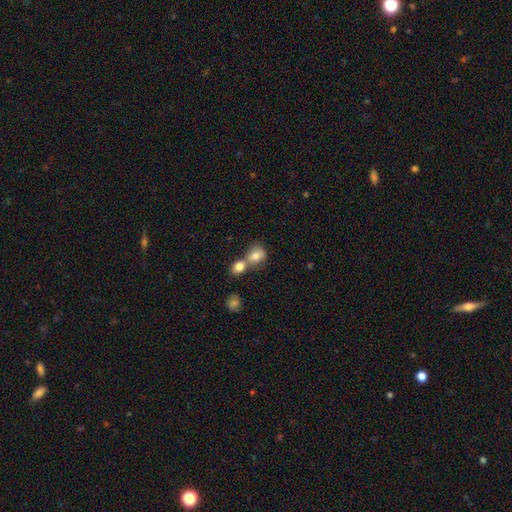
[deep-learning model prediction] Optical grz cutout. It shows a smooth galaxy with no disk features (78%) that is round (51%). Merging: merger (56%).